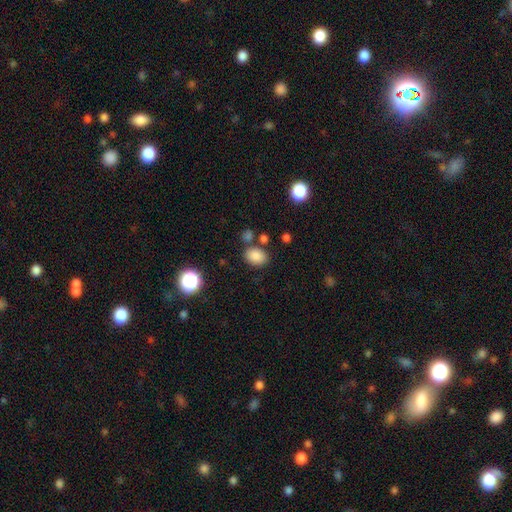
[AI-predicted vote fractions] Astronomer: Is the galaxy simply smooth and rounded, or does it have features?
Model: smooth — 83%.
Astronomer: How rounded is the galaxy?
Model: in between — 69%.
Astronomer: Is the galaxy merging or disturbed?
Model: none — 74%.